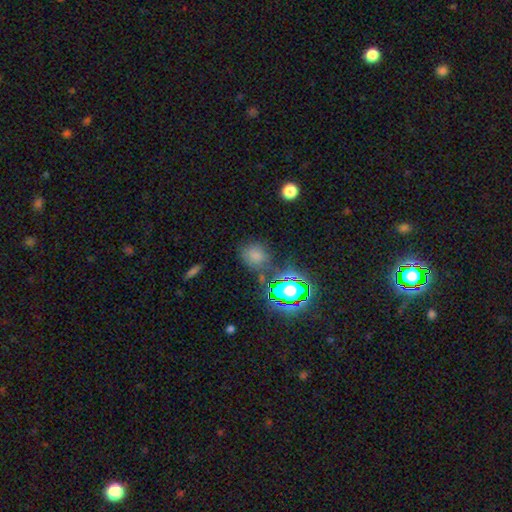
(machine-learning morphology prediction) Smooth or featured: smooth — 65% (star or artifact — 27%)
How rounded: round — 71% (in between — 28%)
Merging: none — 70% (minor disturbance — 16%)